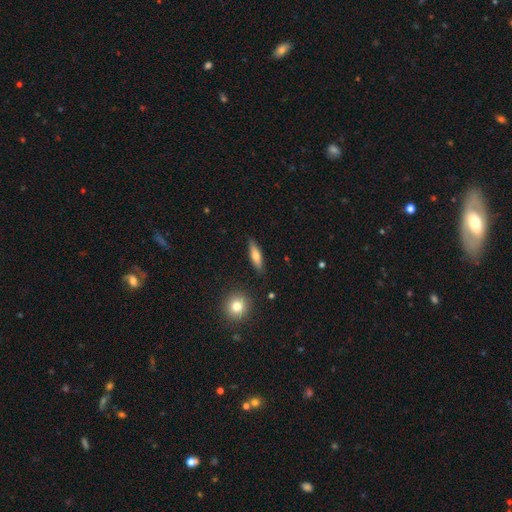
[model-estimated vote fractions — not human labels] Q: Smooth or featured?
A: smooth (64%); runner-up: featured or disk (30%)
Q: How rounded?
A: cigar-shaped (62%); runner-up: in between (35%)
Q: Merging?
A: none (87%); runner-up: minor disturbance (9%)